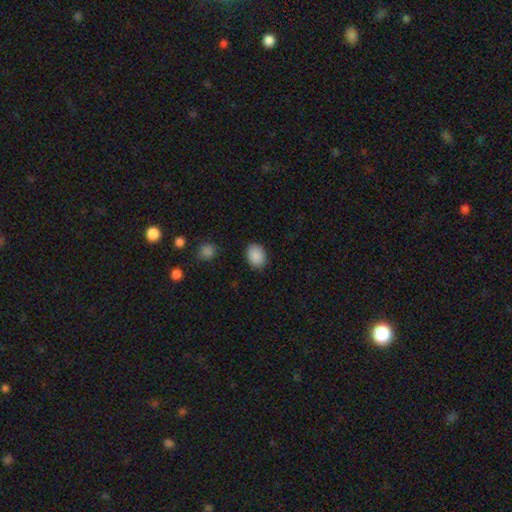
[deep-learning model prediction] The model was most divided on "how rounded": in between: 68%, round: 31%, cigar-shaped: 1%. More confident: smooth or featured — smooth (89%); merging — none (85%).